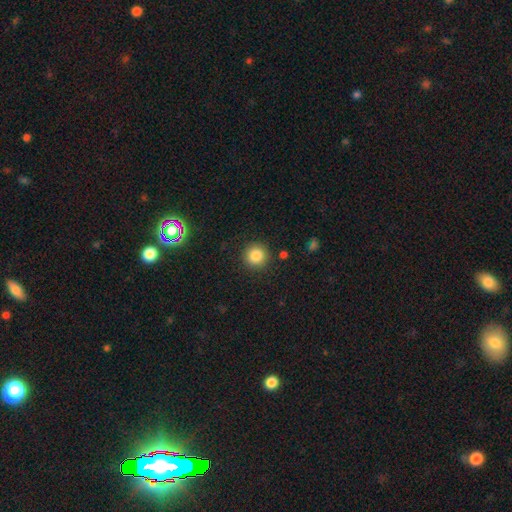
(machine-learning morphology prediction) This is clearly a smooth galaxy (84%). How rounded: clearly round (94%). Merging: clearly none (89%).